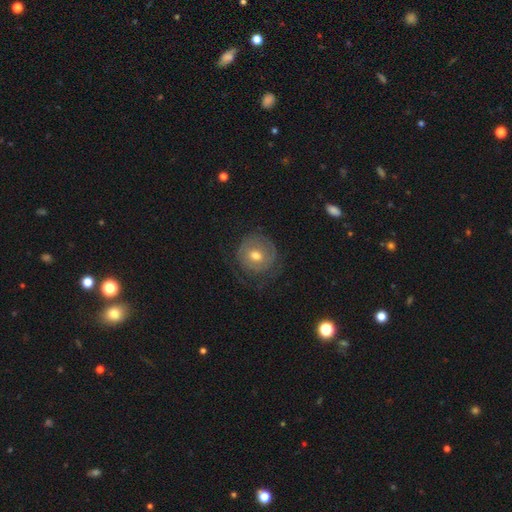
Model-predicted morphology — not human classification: Q: Smooth or featured?
A: featured or disk (55%); runner-up: smooth (38%)
Q: Edge-on disk?
A: no (96%); runner-up: yes (4%)
Q: Bar?
A: no (71%); runner-up: weak (24%)
Q: Spiral arms?
A: yes (67%); runner-up: no (33%)
Q: Bulge size?
A: moderate (73%); runner-up: small (20%)
Q: Merging?
A: none (67%); runner-up: minor disturbance (17%)